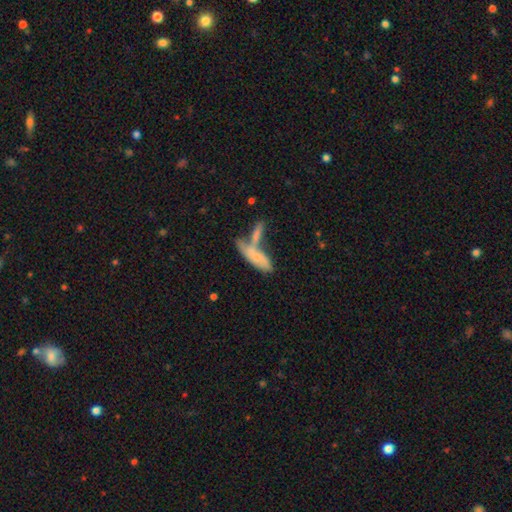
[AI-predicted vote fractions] Smooth or featured? Predicted: smooth (p=0.65). How rounded? Predicted: in between (p=0.52). Merging? Predicted: merger (p=0.49).